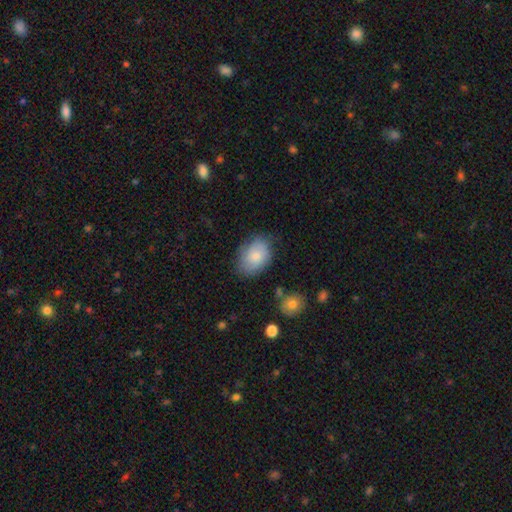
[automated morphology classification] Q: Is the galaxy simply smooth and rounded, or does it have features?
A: smooth — 76%.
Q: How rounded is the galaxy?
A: in between — 80%.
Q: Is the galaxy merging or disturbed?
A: none — 68%.